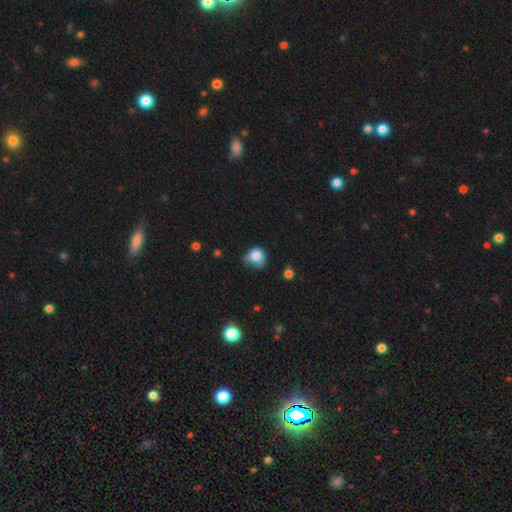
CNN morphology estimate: The model was most divided on "merging": minor disturbance: 41%, none: 33%, major disturbance: 22%, merger: 4%. More confident: smooth or featured — smooth (77%); how rounded — round (67%).